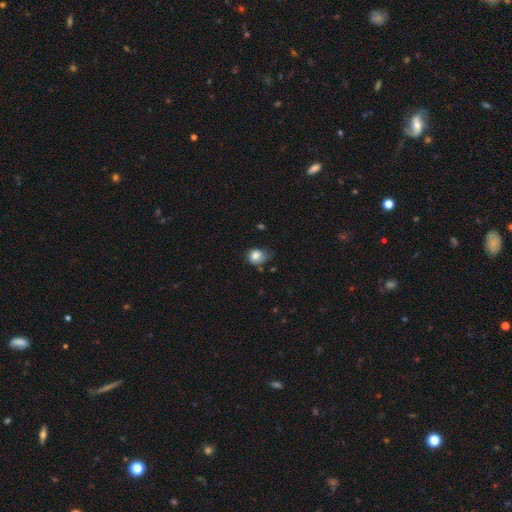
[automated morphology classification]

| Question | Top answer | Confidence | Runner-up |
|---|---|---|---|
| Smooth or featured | smooth | 81% | featured or disk (10%) |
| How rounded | round | 53% | in between (46%) |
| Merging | none | 44% | minor disturbance (39%) |